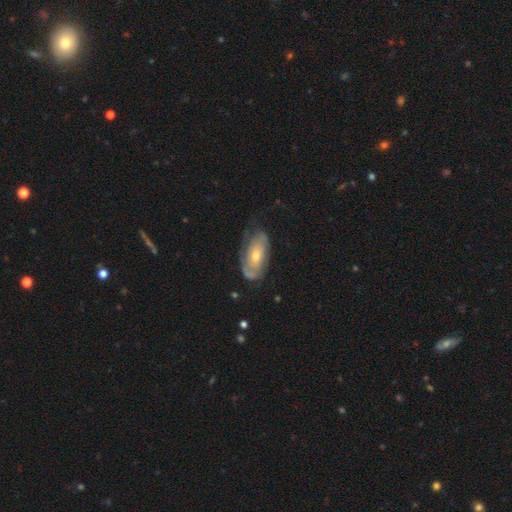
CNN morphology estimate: Smooth or featured? featured or disk (64%)
Edge-on disk? no (90%)
Bar? no (77%)
Spiral arms? yes (73%)
Bulge size? moderate (54%)
Merging? none (57%)